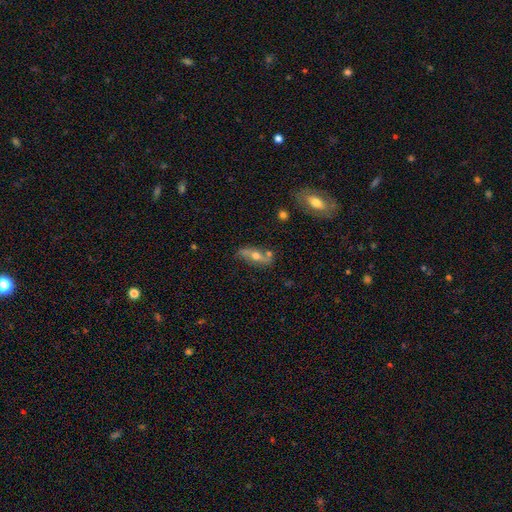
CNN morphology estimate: type=featured or disk (58%); edge-on=no (55%); merging=none (69%).